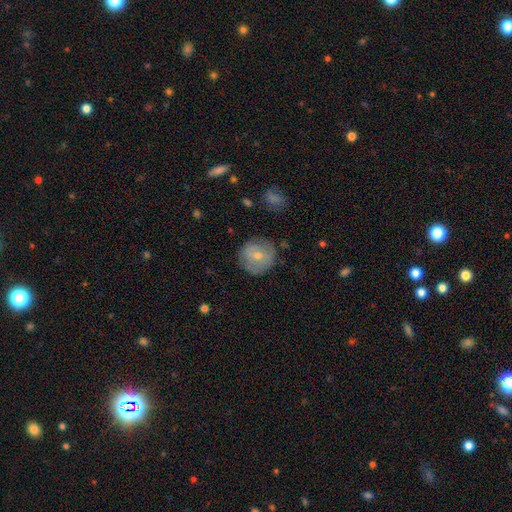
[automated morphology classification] Overall: smooth (65%; featured or disk 28%). How rounded: round (90%). Merging: none (77%).